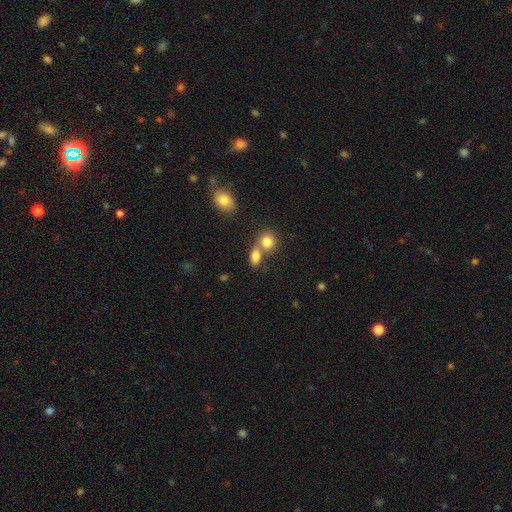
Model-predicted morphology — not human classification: The model was most divided on "merging": merger: 48%, none: 39%, minor disturbance: 9%, major disturbance: 4%. More confident: smooth or featured — smooth (80%); how rounded — in between (70%).